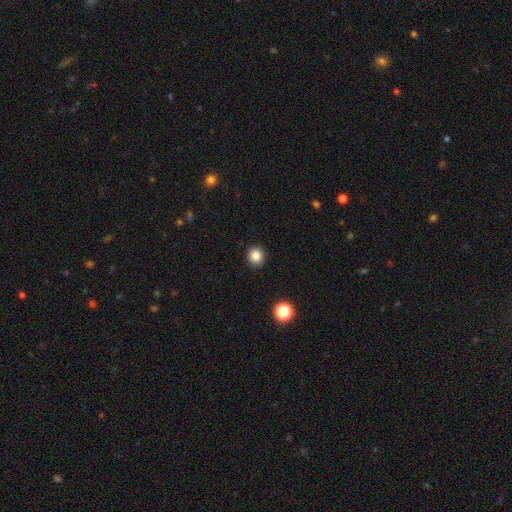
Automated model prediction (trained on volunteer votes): This is clearly a smooth galaxy (85%). How rounded: clearly round (88%). Merging: clearly none (92%).